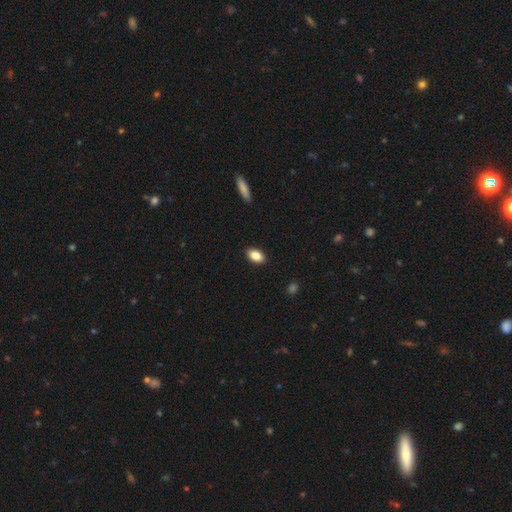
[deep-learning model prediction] smooth_or_featured: smooth (p=0.86) [alt: star or artifact p=0.08]
how_rounded: in between (p=0.90) [alt: round p=0.08]
merging: none (p=0.89) [alt: minor disturbance p=0.08]